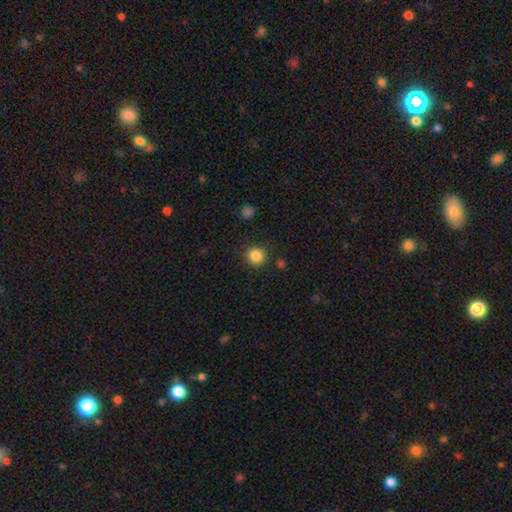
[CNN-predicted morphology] This appears to be a smooth galaxy with no disk features (86%) that is round (94%). Merging: none (90%).